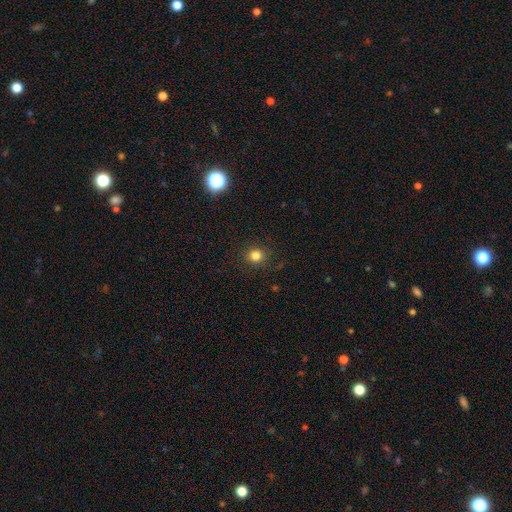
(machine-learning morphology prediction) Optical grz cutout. It shows a smooth galaxy with no disk features (82%) that is round (89%). Merging: none (89%).